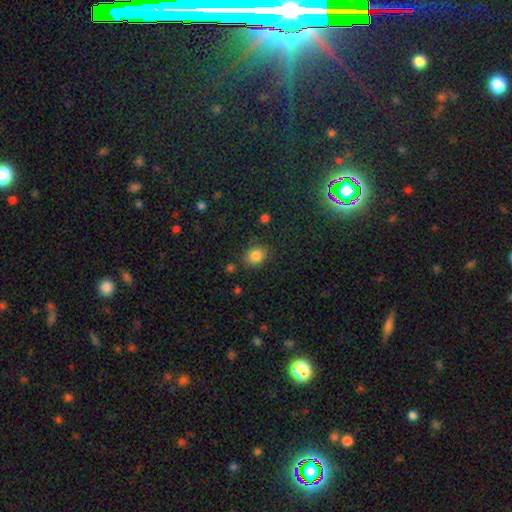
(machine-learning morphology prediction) Smooth or featured?
  - smooth: 84% *
  - star or artifact: 11%
  - featured or disk: 5%
How rounded?
  - round: 52% *
  - in between: 47%
  - cigar-shaped: 1%
Merging?
  - none: 80% *
  - minor disturbance: 13%
  - major disturbance: 4%
  - merger: 3%